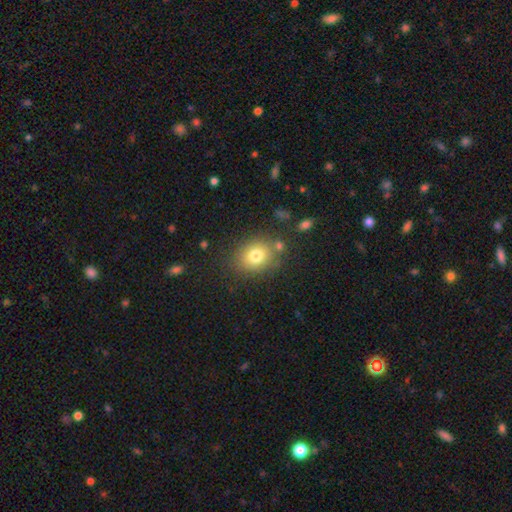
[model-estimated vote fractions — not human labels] Smooth or featured? smooth (77%)
How rounded? round (62%)
Merging? none (78%)